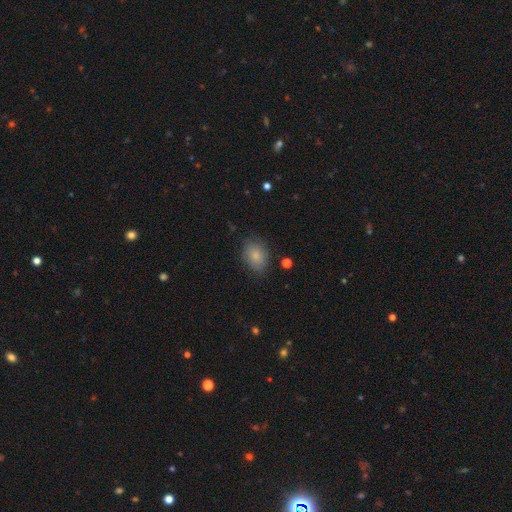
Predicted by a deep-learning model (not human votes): Smooth or featured: smooth — 83% (featured or disk — 9%)
How rounded: in between — 68% (round — 31%)
Merging: none — 78% (minor disturbance — 16%)